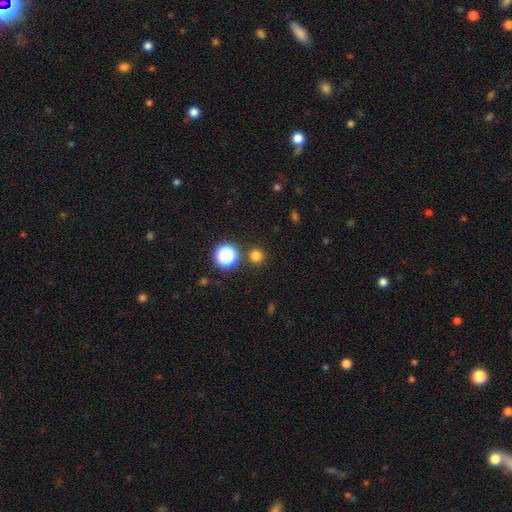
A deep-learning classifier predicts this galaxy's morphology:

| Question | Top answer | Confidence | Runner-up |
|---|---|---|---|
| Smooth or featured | smooth | 75% | star or artifact (20%) |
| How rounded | round | 95% | in between (4%) |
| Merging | none | 87% | minor disturbance (6%) |